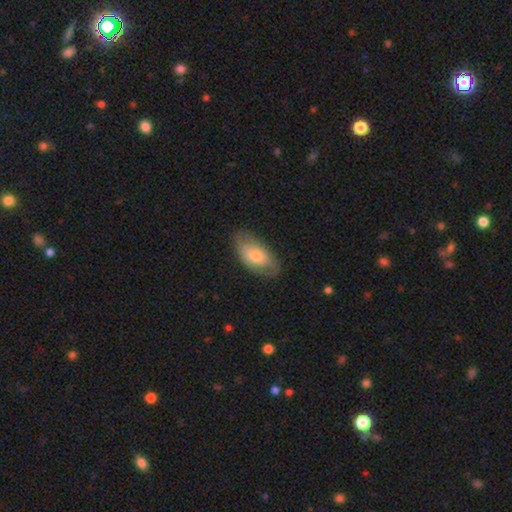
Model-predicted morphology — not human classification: Smooth or featured: smooth — 65% (featured or disk — 29%)
How rounded: in between — 92% (round — 4%)
Merging: none — 76% (minor disturbance — 18%)